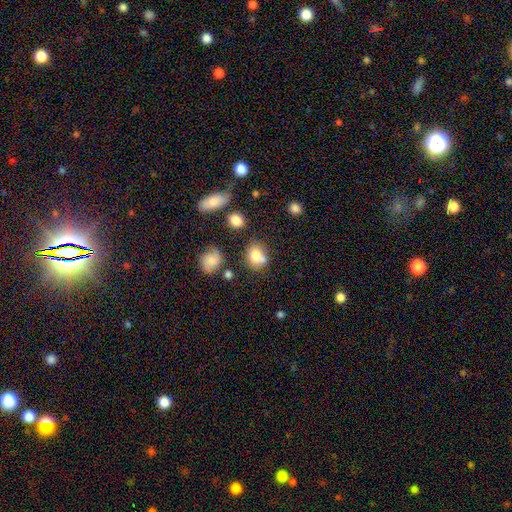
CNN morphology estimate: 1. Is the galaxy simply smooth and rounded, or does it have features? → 76% smooth, 12% featured or disk, 12% star or artifact.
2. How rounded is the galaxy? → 58% round, 41% in between, 1% cigar-shaped.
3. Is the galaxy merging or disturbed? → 52% none, 22% merger, 19% minor disturbance, 7% major disturbance.